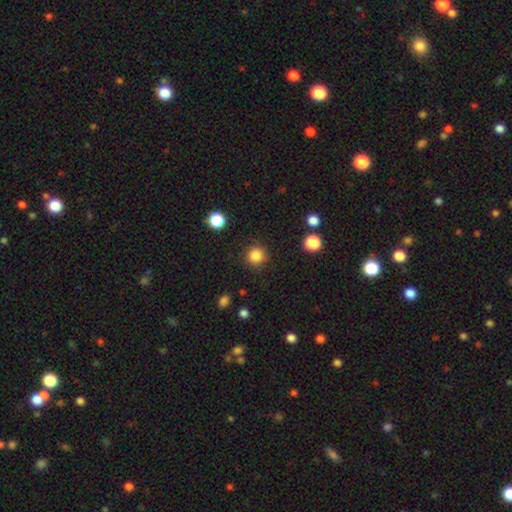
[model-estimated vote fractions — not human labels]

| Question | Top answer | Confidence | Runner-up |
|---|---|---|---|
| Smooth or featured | smooth | 85% | star or artifact (11%) |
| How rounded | round | 94% | in between (5%) |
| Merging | none | 89% | minor disturbance (7%) |